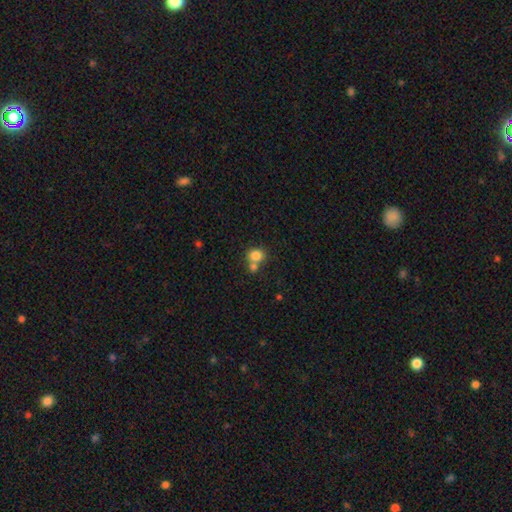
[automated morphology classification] A smooth galaxy with no disk features (82%) that is round (72%).

Vote fractions:
- Smooth or featured? smooth: 82% / star or artifact: 10% / featured or disk: 8%
- How rounded? round: 72% / in between: 27% / cigar-shaped: 1%
- Merging? none: 48% / merger: 40% / minor disturbance: 9% / major disturbance: 3%